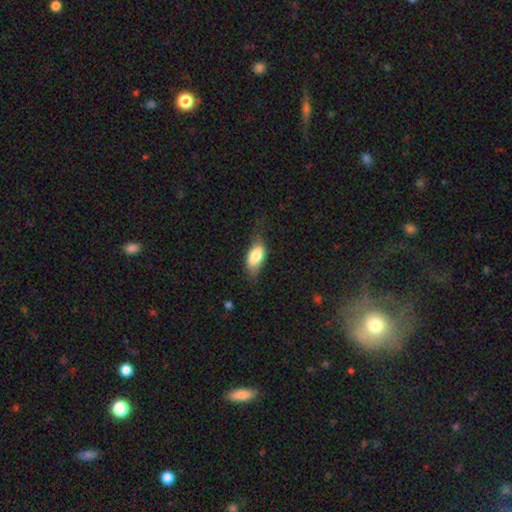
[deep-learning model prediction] Smooth or featured: smooth — 74% (featured or disk — 19%)
How rounded: in between — 88% (cigar-shaped — 8%)
Merging: none — 57% (minor disturbance — 29%)